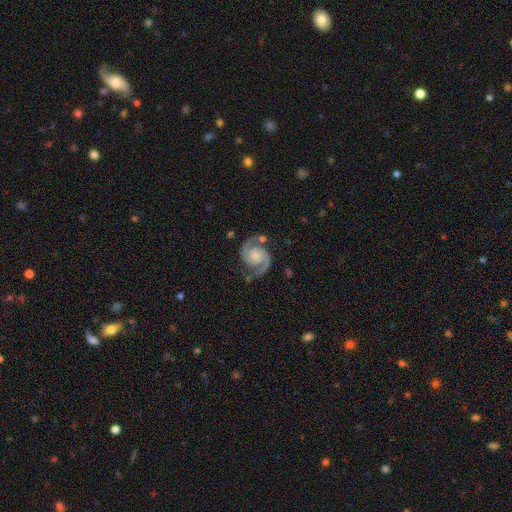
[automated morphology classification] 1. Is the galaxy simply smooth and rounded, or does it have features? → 92% featured or disk, 4% star or artifact, 4% smooth.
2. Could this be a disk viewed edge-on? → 98% no, 2% yes.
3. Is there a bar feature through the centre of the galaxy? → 71% no, 23% weak, 6% strong.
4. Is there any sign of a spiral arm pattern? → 98% yes, 2% no.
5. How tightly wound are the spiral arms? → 54% medium, 35% tight, 11% loose.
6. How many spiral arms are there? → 95% 2, 1% can't tell, 1% 3, 1% 1, 1% 4, 1% more than 4.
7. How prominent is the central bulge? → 33% moderate, 26% small, 25% none, 13% large, 3% dominant.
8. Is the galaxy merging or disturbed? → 77% none, 14% minor disturbance, 5% major disturbance, 4% merger.